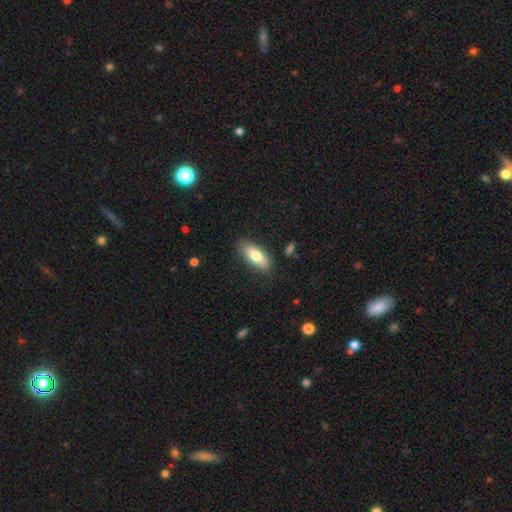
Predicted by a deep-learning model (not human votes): Smooth or featured?
  - smooth: 78% *
  - featured or disk: 16%
  - star or artifact: 6%
How rounded?
  - in between: 80% *
  - cigar-shaped: 18%
  - round: 2%
Merging?
  - none: 83% *
  - minor disturbance: 12%
  - major disturbance: 3%
  - merger: 2%